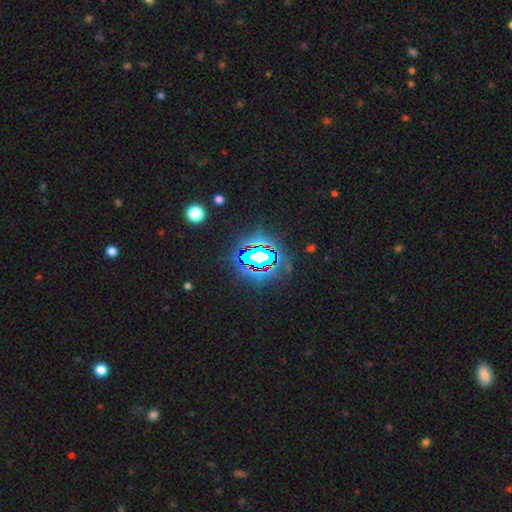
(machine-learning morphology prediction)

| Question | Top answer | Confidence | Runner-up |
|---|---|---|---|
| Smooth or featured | star or artifact | 72% | smooth (14%) |